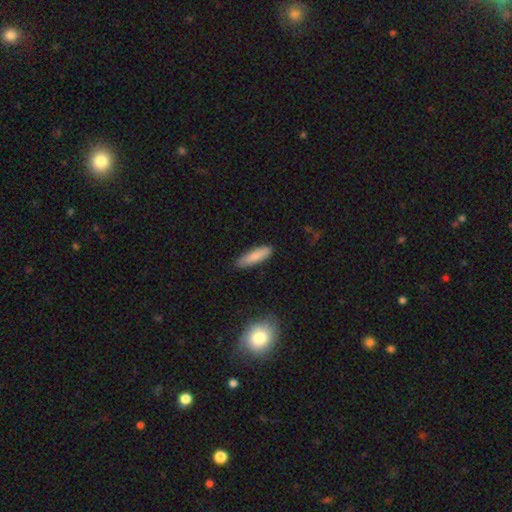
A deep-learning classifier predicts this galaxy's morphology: type=smooth (84%); roundness=cigar-shaped (66%); merging=none (87%).